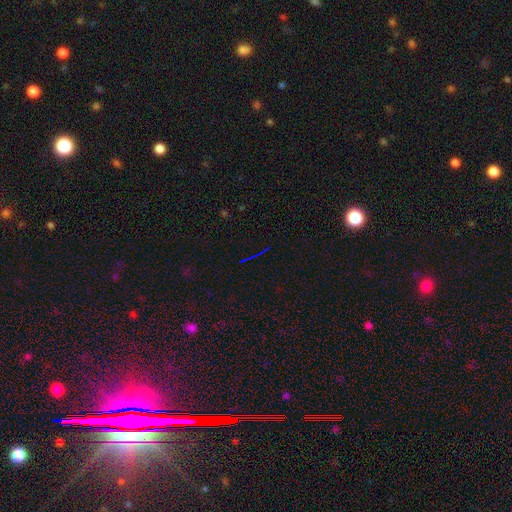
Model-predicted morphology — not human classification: smooth-or-featured: star or artifact: 74% | featured or disk: 14% | smooth: 11%